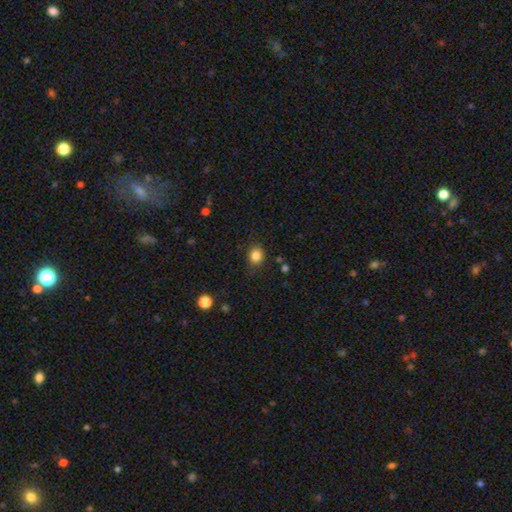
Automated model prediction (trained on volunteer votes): A smooth galaxy with no disk features (83%) that is round (75%).

Vote fractions:
- Smooth or featured? smooth: 83% / star or artifact: 11% / featured or disk: 5%
- How rounded? round: 75% / in between: 24% / cigar-shaped: 1%
- Merging? none: 81% / minor disturbance: 14% / major disturbance: 3% / merger: 2%